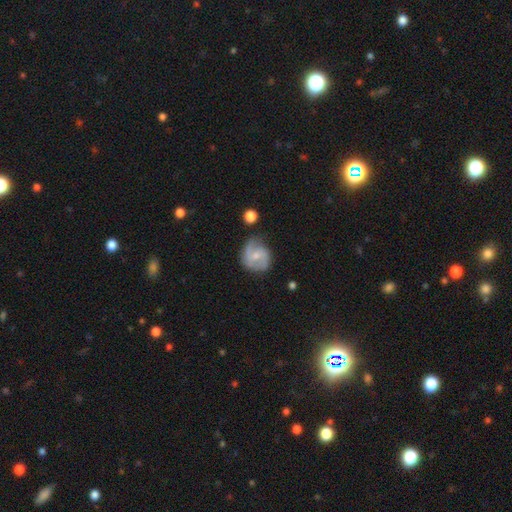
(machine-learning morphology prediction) This is likely a featured or disk galaxy (71%). It is clearly not viewed edge-on (98%). Bar: possibly weak (49%). Spiral arm pattern: clearly yes (92%). Spiral arm count: clearly 2 (80%). Spiral winding: possibly medium (50%). Central bulge: possibly small (53%). Merging: likely none (66%).